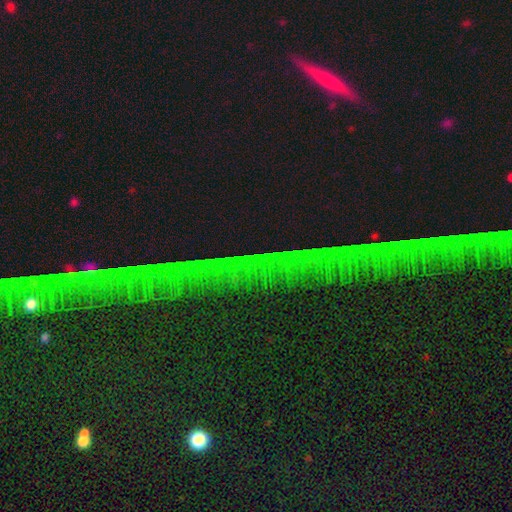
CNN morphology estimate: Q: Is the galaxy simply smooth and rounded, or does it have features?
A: star or artifact — 79%.